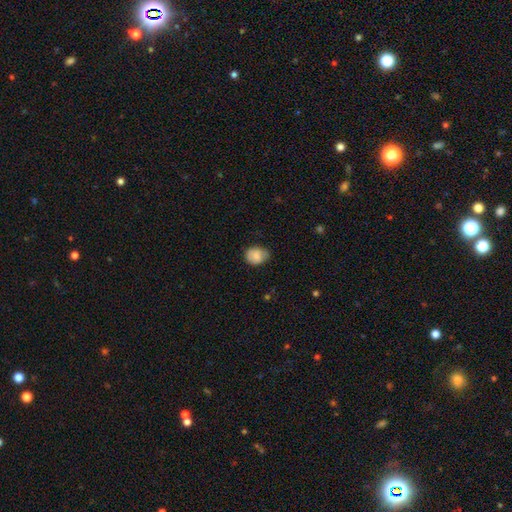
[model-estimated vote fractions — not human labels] This is likely a smooth galaxy (79%). How rounded: possibly in between (51%). Merging: possibly none (58%).